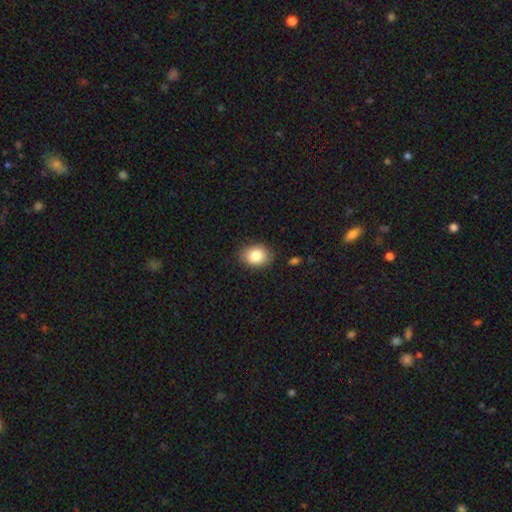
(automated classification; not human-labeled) Overall: smooth (85%). How rounded: in between (58%; round 41%). Merging: none (84%).